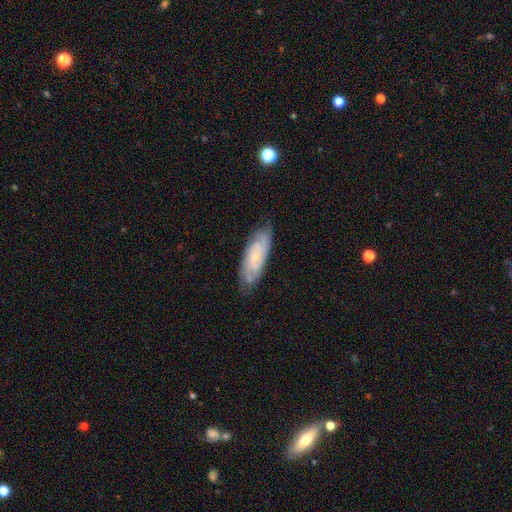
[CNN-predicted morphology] Smooth or featured? Predicted: featured or disk (p=0.68). Edge-on disk? Predicted: no (p=0.87). Bar? Predicted: no (p=0.71). Spiral arms? Predicted: yes (p=0.91). Spiral winding? Predicted: tight (p=0.62). Spiral arm count? Predicted: can't tell (p=0.45). Bulge size? Predicted: small (p=0.72). Merging? Predicted: none (p=0.76).